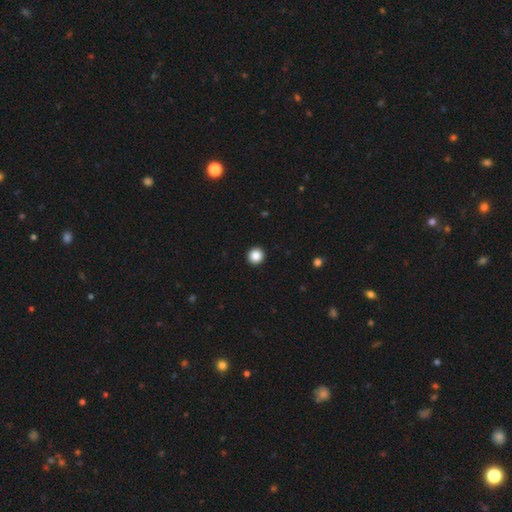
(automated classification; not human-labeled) Morphology: type=smooth (87%); roundness=round (95%); merging=none (94%).